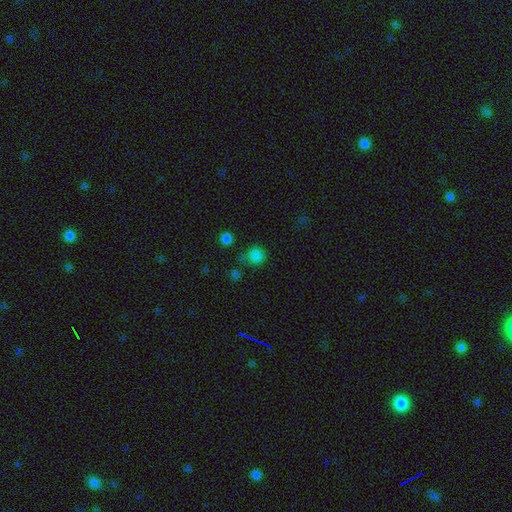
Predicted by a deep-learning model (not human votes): smooth-or-featured: smooth: 79% | star or artifact: 17% | featured or disk: 4%
  how-rounded: round: 91% | in between: 8% | cigar-shaped: 1%
  merging: none: 73% | minor disturbance: 14% | merger: 8% | major disturbance: 5%